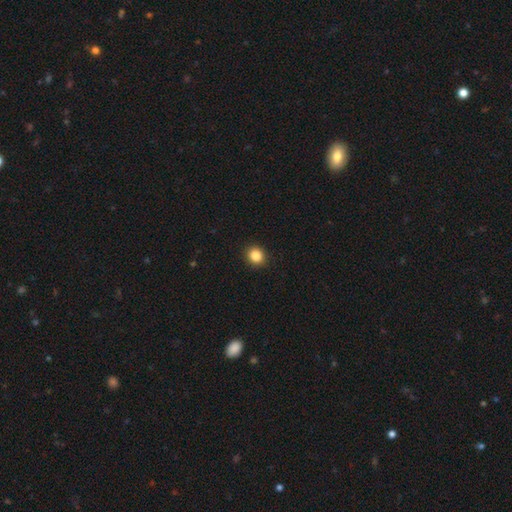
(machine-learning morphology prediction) This is clearly a smooth galaxy (86%). How rounded: likely round (78%). Merging: clearly none (92%).